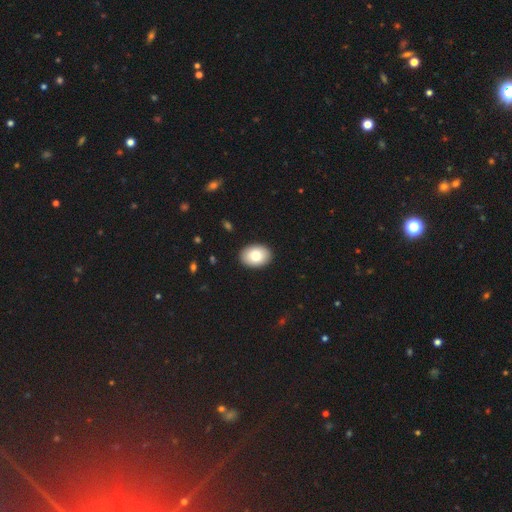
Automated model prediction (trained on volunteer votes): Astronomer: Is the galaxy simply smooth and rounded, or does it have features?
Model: smooth — 80%.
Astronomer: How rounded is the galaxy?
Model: in between — 81%.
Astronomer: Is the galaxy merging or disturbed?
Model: none — 91%.